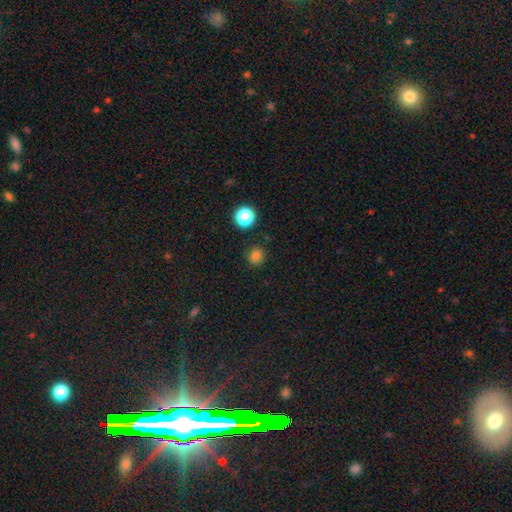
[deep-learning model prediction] This appears to be a smooth galaxy with no disk features (79%) that is round (88%). Merging: none (85%).